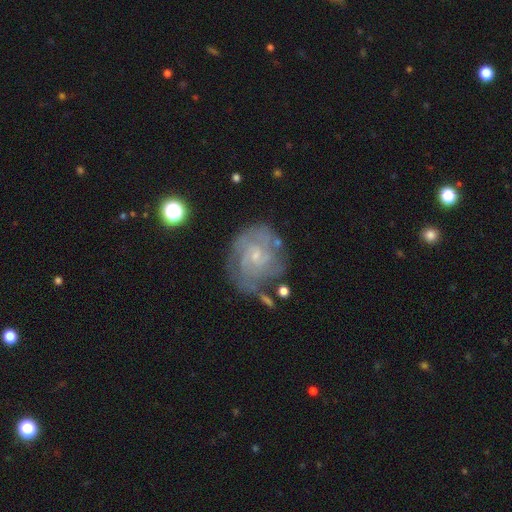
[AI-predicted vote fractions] A featured or disk galaxy (81%) with no bar (60%), tight (62%) spiral arms (92%) and a small central bulge (76%). Merging: none (63%).